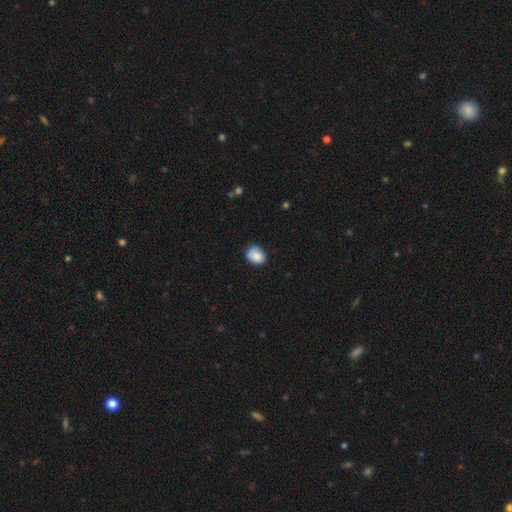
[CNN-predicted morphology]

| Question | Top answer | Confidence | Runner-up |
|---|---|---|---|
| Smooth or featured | smooth | 85% | star or artifact (8%) |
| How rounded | in between | 62% | round (37%) |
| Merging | none | 71% | minor disturbance (24%) |